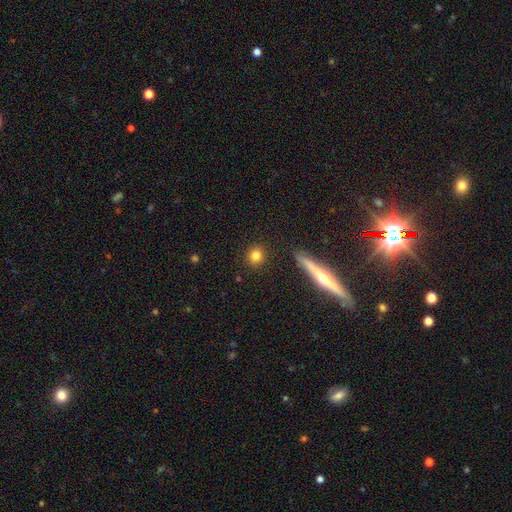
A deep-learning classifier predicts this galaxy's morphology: A smooth galaxy with no disk features (81%) that is round (82%).

Vote fractions:
- Smooth or featured? smooth: 81% / star or artifact: 10% / featured or disk: 9%
- How rounded? round: 82% / in between: 15% / cigar-shaped: 3%
- Merging? none: 90% / minor disturbance: 6% / major disturbance: 2% / merger: 2%